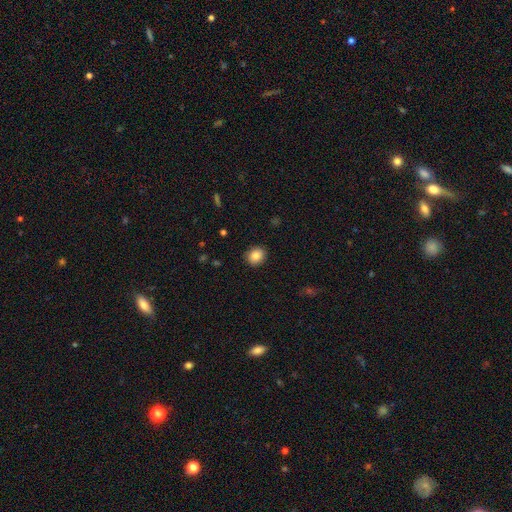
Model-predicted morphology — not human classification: A smooth galaxy with no disk features (86%) that is round (71%).

Vote fractions:
- Smooth or featured? smooth: 86% / star or artifact: 9% / featured or disk: 5%
- How rounded? round: 71% / in between: 29% / cigar-shaped: 1%
- Merging? none: 88% / minor disturbance: 8% / major disturbance: 2% / merger: 1%